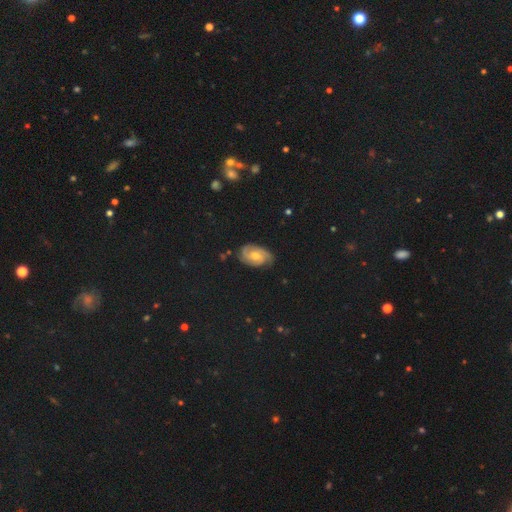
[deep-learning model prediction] Morphology: type=featured or disk (77%); edge-on=no (97%); bar=no (62%); spiral arms=yes (96%); winding=tight (59%); arm count=2 (55%); bulge=moderate (61%); merging=none (77%).